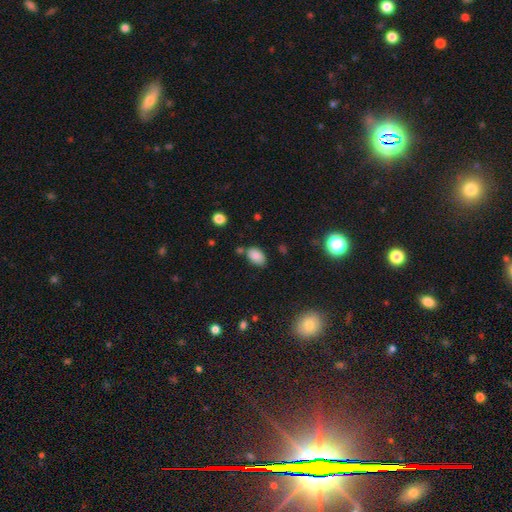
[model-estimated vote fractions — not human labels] Q: Smooth or featured?
A: smooth (84%); runner-up: star or artifact (10%)
Q: How rounded?
A: in between (89%); runner-up: round (10%)
Q: Merging?
A: none (71%); runner-up: minor disturbance (17%)